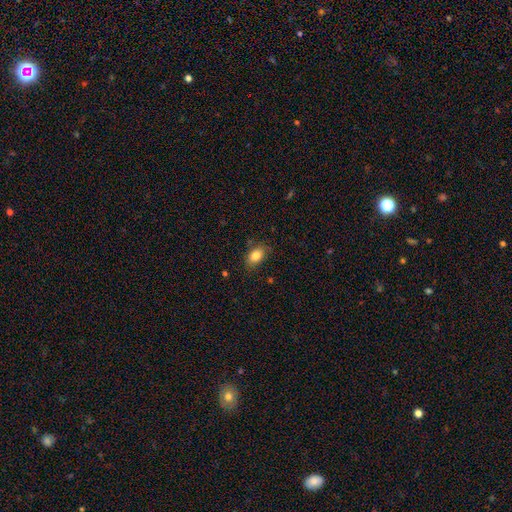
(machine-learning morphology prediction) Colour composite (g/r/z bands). It shows a smooth galaxy with no disk features (83%) that is in between round and cigar-shaped (83%). Merging: none (79%).